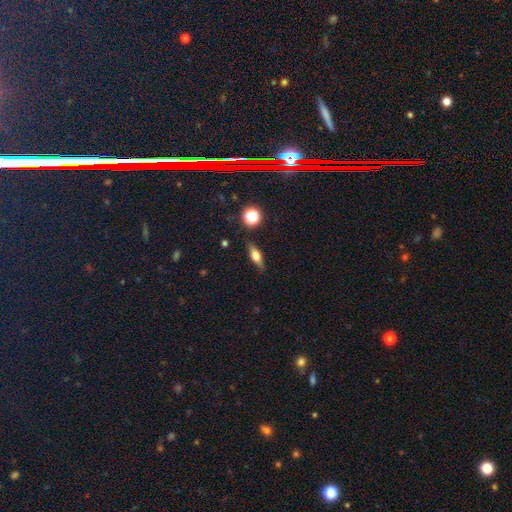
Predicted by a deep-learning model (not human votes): Smooth or featured? smooth (50%)
How rounded? in between (53%)
Merging? none (85%)